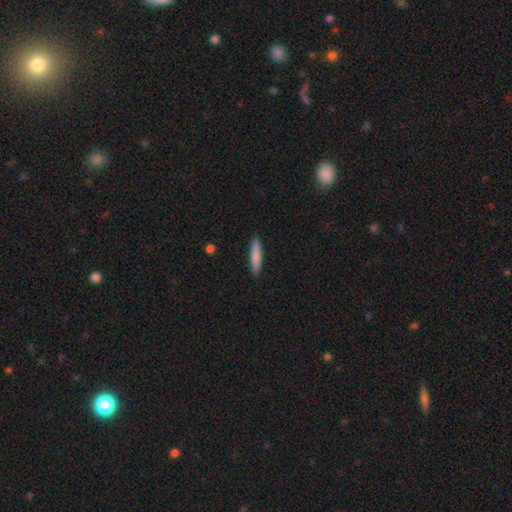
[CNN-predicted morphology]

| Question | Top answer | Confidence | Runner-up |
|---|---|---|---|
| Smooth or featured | smooth | 81% | featured or disk (13%) |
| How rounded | cigar-shaped | 87% | in between (12%) |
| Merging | none | 90% | minor disturbance (8%) |